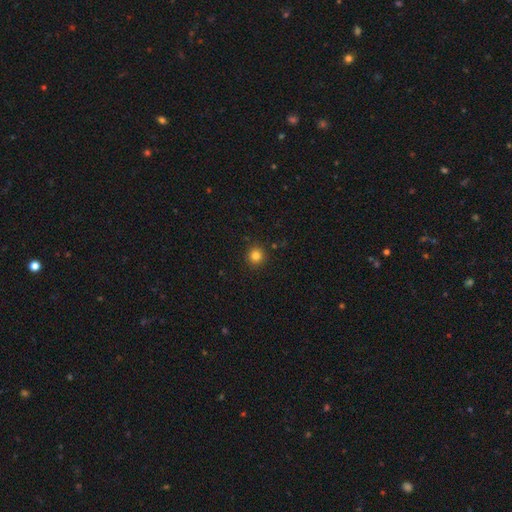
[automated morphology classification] This is clearly a smooth galaxy (82%). How rounded: clearly round (93%). Merging: clearly none (91%).